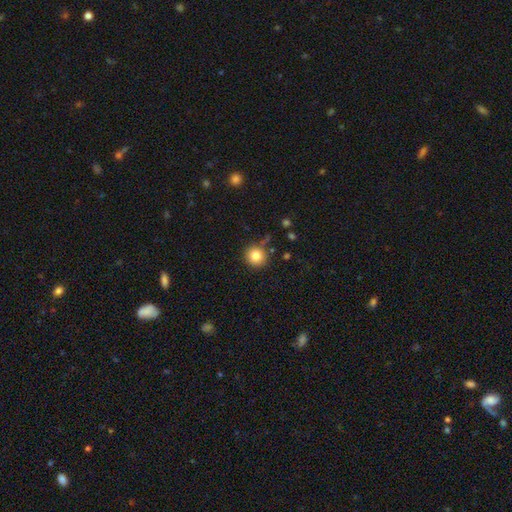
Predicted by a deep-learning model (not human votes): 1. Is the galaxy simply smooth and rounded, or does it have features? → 82% smooth, 11% star or artifact, 7% featured or disk.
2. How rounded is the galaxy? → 93% round, 6% in between, 1% cigar-shaped.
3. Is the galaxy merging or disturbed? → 84% none, 10% minor disturbance, 4% merger, 3% major disturbance.